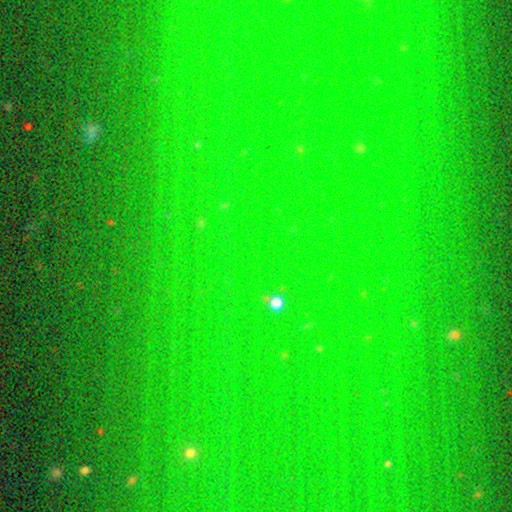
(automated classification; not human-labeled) Morphology: type=star or artifact (81%).